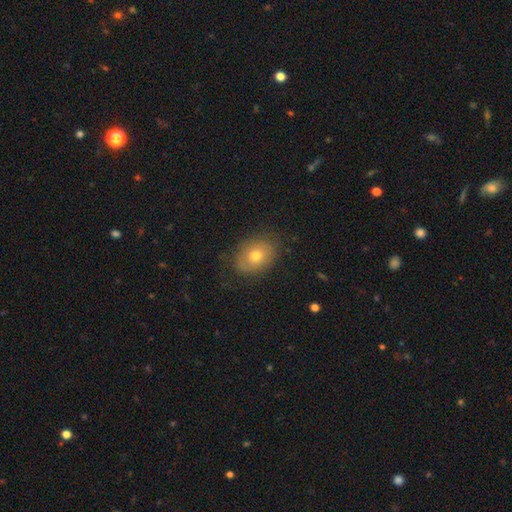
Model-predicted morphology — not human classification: type=smooth (67%); roundness=in between (63%); merging=none (79%).